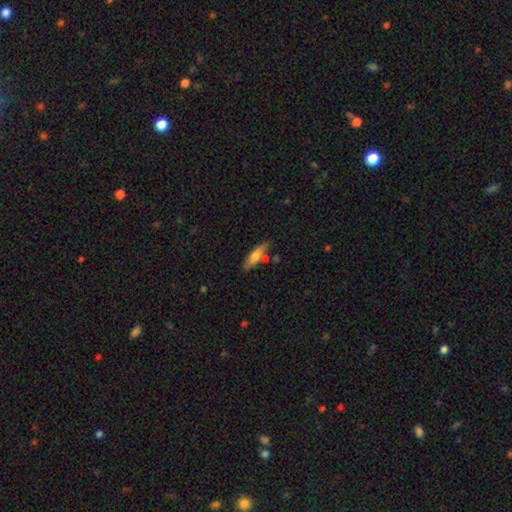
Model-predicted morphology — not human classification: Q: Smooth or featured?
A: smooth (65%); runner-up: featured or disk (28%)
Q: How rounded?
A: cigar-shaped (60%); runner-up: in between (38%)
Q: Merging?
A: none (72%); runner-up: minor disturbance (15%)